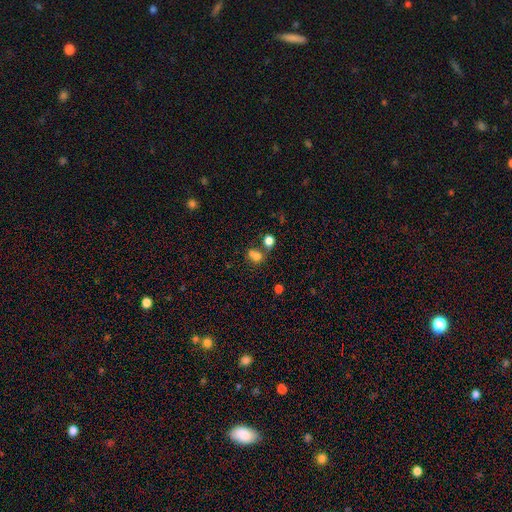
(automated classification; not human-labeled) Smooth or featured: smooth — 73% (star or artifact — 16%)
How rounded: round — 55% (in between — 44%)
Merging: merger — 43% (none — 38%)